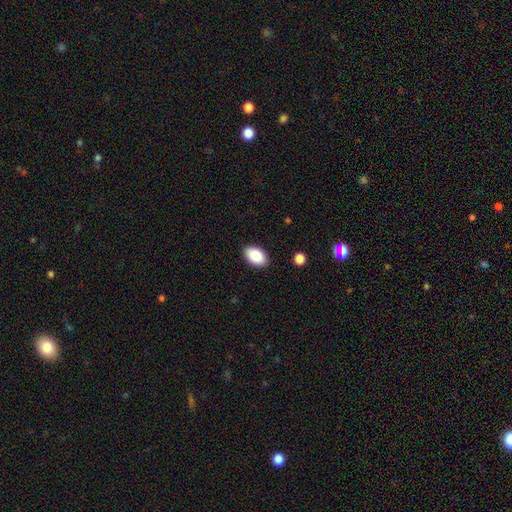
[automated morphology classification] A smooth galaxy with no disk features (87%) that is in between round and cigar-shaped (91%).

Vote fractions:
- Smooth or featured? smooth: 87% / star or artifact: 7% / featured or disk: 6%
- How rounded? in between: 91% / round: 8% / cigar-shaped: 1%
- Merging? none: 88% / minor disturbance: 9% / major disturbance: 2% / merger: 1%